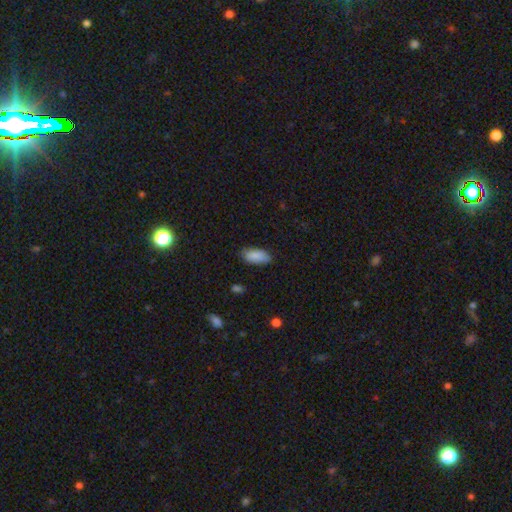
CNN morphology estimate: This appears to be a smooth galaxy with no disk features (86%) that is in between round and cigar-shaped (91%). Merging: none (80%).